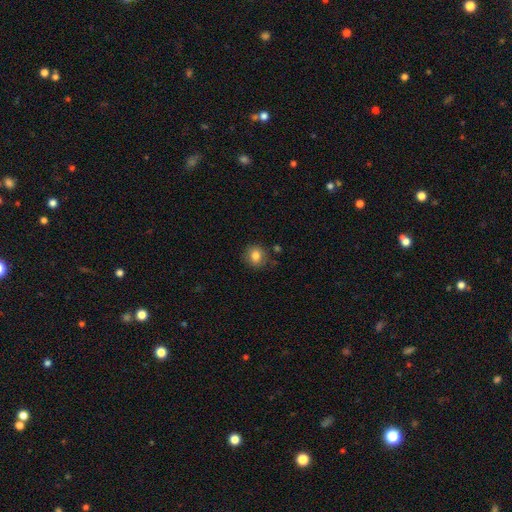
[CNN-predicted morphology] This is clearly a smooth galaxy (81%). How rounded: clearly round (83%). Merging: likely none (80%).